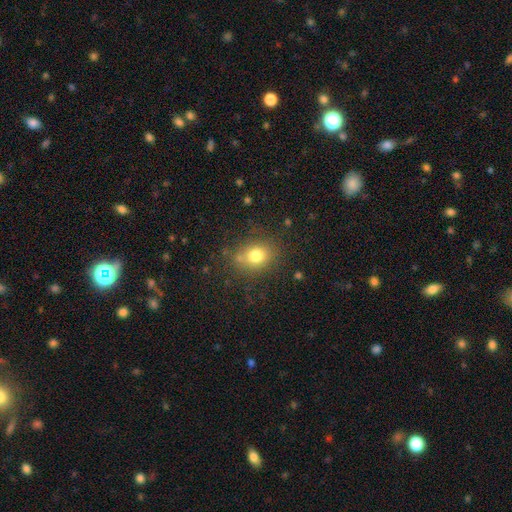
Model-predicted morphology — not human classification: Smooth or featured?
  - smooth: 77% *
  - star or artifact: 13%
  - featured or disk: 10%
How rounded?
  - round: 58% *
  - in between: 41%
  - cigar-shaped: 1%
Merging?
  - none: 76% *
  - minor disturbance: 14%
  - major disturbance: 6%
  - merger: 4%